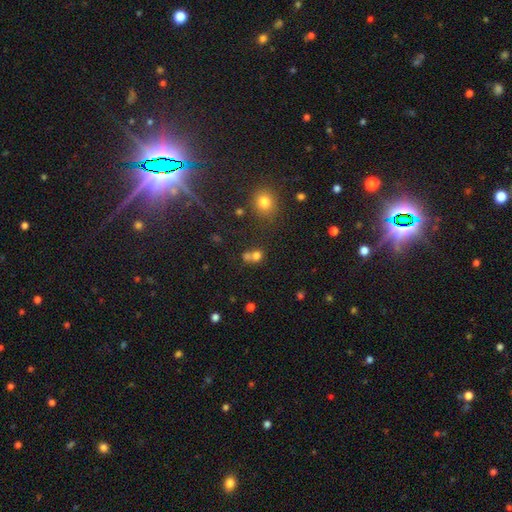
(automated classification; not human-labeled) A smooth galaxy with no disk features (72%) that is round (73%). Merging: merger (46%).